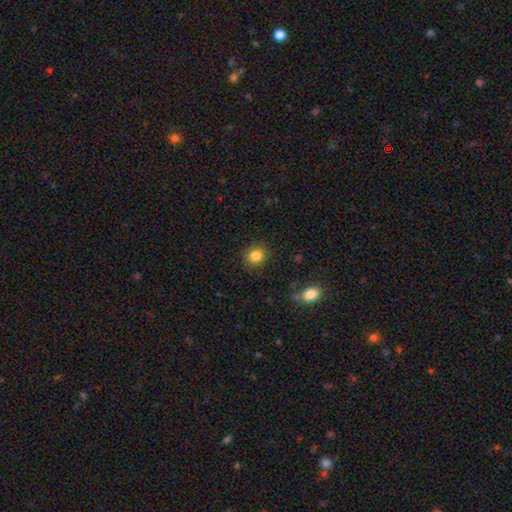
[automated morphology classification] Smooth or featured?
  - smooth: 84% *
  - star or artifact: 11%
  - featured or disk: 5%
How rounded?
  - round: 80% *
  - in between: 19%
  - cigar-shaped: 1%
Merging?
  - none: 89% *
  - minor disturbance: 7%
  - major disturbance: 2%
  - merger: 1%